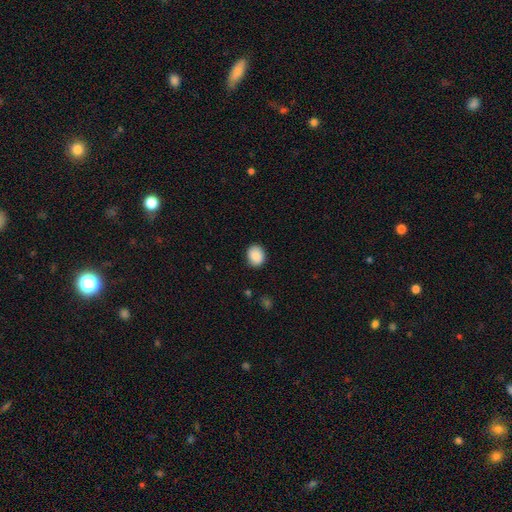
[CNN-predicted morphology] type=smooth (88%); roundness=round (55%); merging=none (86%).